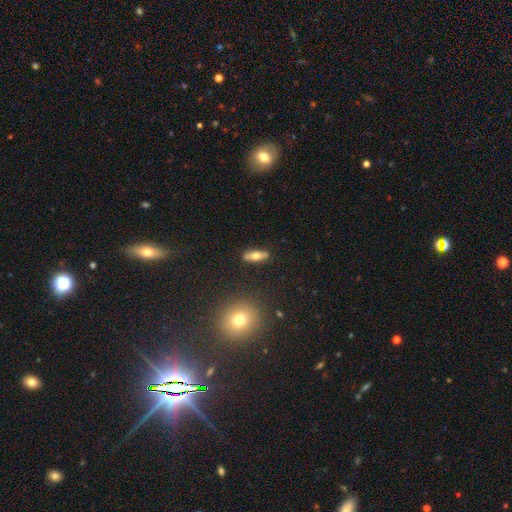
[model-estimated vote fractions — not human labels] smooth 57%, featured or disk 36%, star or artifact 8%. Down the decision tree: how rounded — in between (51%); merging — none (87%).